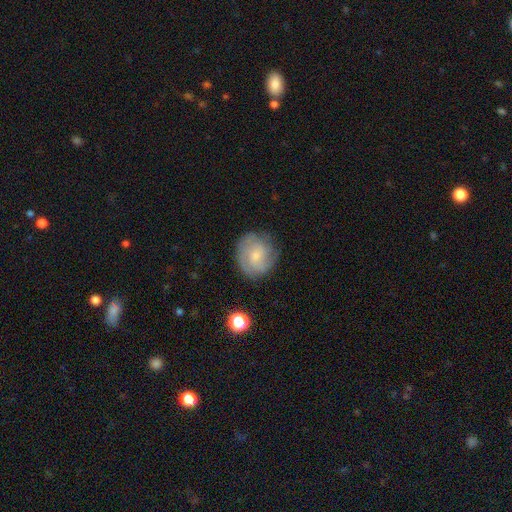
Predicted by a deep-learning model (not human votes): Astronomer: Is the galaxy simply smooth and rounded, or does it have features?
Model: featured or disk — 55% (runner-up: smooth, 37%).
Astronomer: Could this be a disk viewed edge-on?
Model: no — 97%.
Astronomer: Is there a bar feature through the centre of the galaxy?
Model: no — 67%.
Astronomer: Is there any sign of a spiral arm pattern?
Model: yes — 84%.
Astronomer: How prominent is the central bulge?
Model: small — 69%.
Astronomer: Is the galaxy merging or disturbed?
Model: none — 73%.